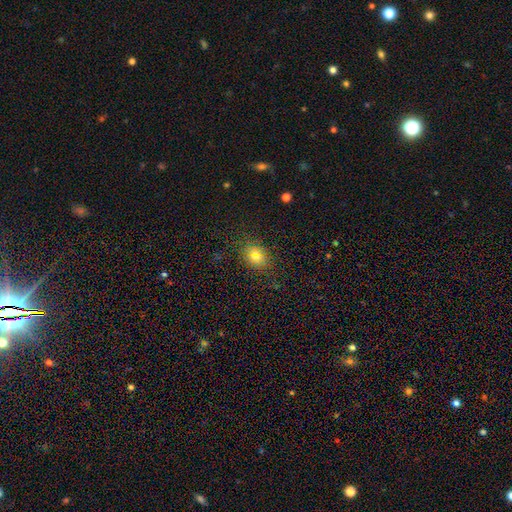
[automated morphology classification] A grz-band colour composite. It shows a smooth galaxy with no disk features (73%) that is in between round and cigar-shaped (49%, tied with round). Merging: none (82%).